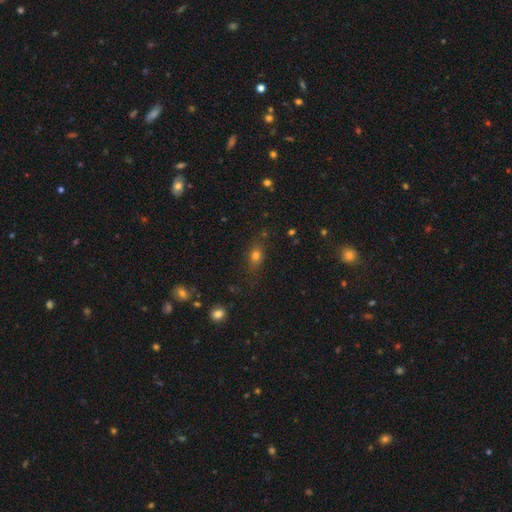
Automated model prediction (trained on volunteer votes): Smooth or featured?
  - smooth: 71% *
  - star or artifact: 17%
  - featured or disk: 12%
How rounded?
  - in between: 61% *
  - round: 31%
  - cigar-shaped: 8%
Merging?
  - none: 75% *
  - minor disturbance: 16%
  - major disturbance: 6%
  - merger: 3%